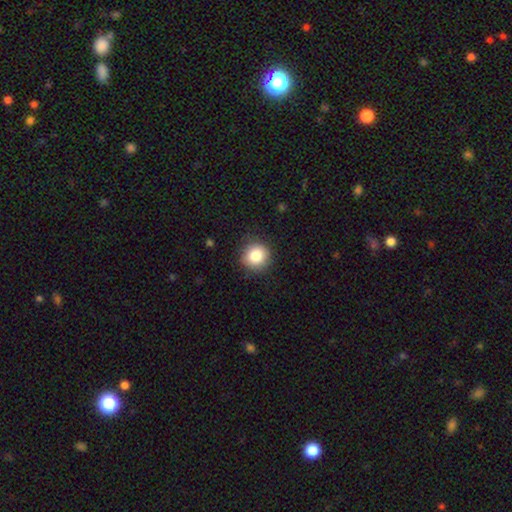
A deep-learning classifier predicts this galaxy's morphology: Q: Smooth or featured?
A: smooth (84%); runner-up: star or artifact (9%)
Q: How rounded?
A: round (91%); runner-up: in between (8%)
Q: Merging?
A: none (88%); runner-up: minor disturbance (9%)